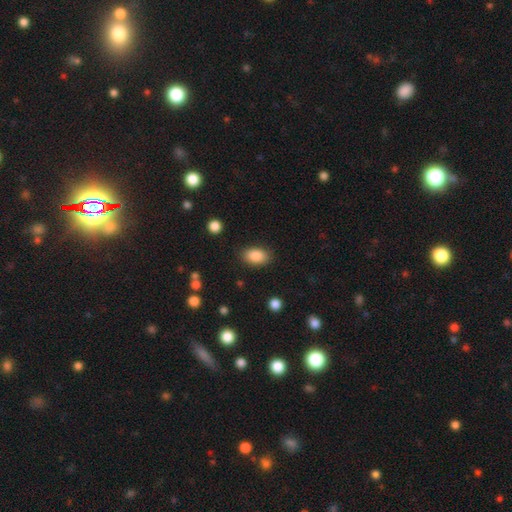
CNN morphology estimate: type=smooth (87%); roundness=in between (90%); merging=none (86%).